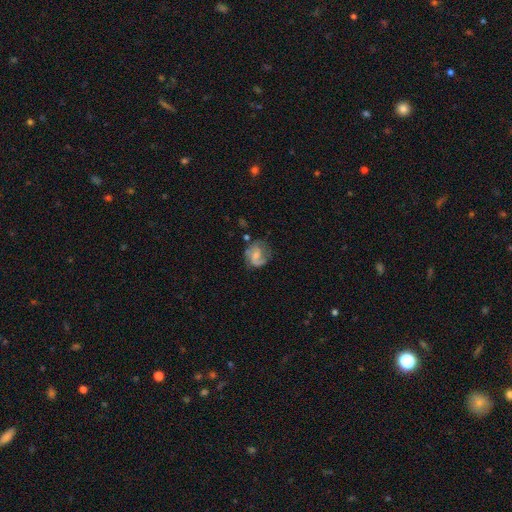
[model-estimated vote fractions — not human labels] smooth-or-featured: featured or disk: 55% | smooth: 37% | star or artifact: 8%
  disk-edge-on: no: 97% | yes: 3%
    bar: no: 51% | weak: 40% | strong: 9%
    has-spiral-arms: yes: 77% | no: 23%
    bulge-size: small: 45% | moderate: 34% | none: 17% | large: 3% | dominant: 1%
  merging: none: 49% | minor disturbance: 27% | major disturbance: 20% | merger: 4%